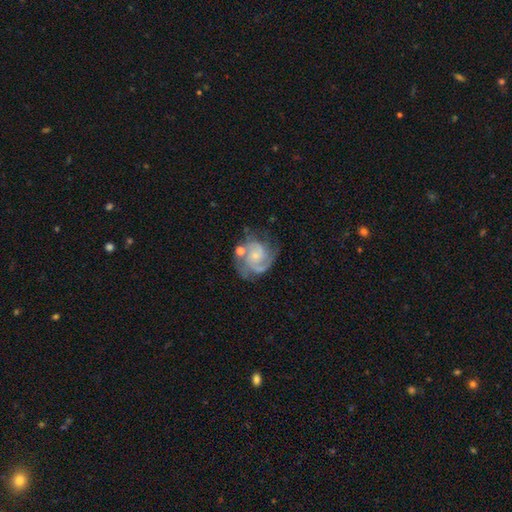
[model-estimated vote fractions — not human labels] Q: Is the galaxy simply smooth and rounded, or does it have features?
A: featured or disk — 85%.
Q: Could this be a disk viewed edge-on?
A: no — 98%.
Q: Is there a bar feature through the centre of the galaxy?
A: no — 66%.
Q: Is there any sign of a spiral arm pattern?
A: yes — 97%.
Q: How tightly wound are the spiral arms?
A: tight — 49%.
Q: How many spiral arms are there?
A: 2 — 56%.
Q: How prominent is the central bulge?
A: small — 69%.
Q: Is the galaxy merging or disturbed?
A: none — 59%.